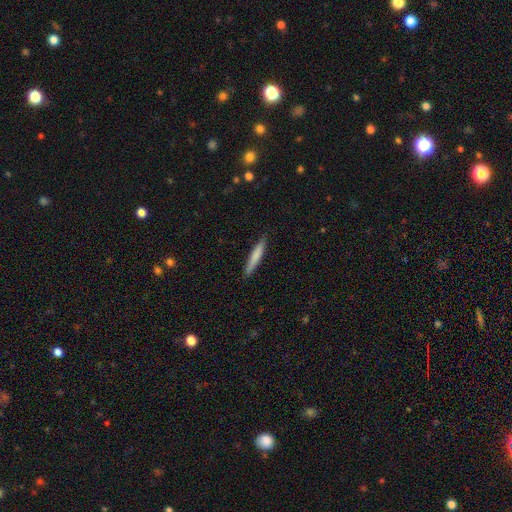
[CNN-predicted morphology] The model was most divided on "smooth or featured": smooth: 74%, featured or disk: 21%, star or artifact: 5%. More confident: how rounded — cigar-shaped (94%); merging — none (89%).